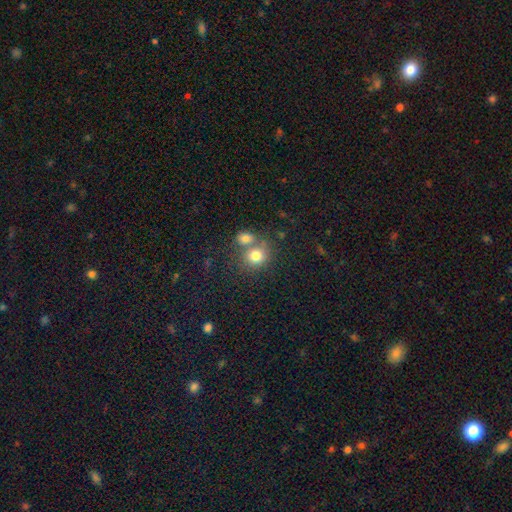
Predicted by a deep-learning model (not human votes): smooth 78%, star or artifact 12%, featured or disk 10%. Down the decision tree: how rounded — round (76%); merging — none (48%).